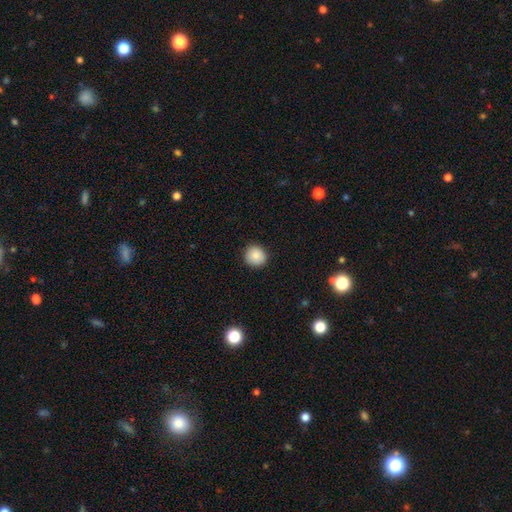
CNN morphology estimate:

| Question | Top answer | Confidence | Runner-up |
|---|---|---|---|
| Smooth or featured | smooth | 87% | star or artifact (9%) |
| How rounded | round | 92% | in between (8%) |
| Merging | none | 91% | minor disturbance (7%) |